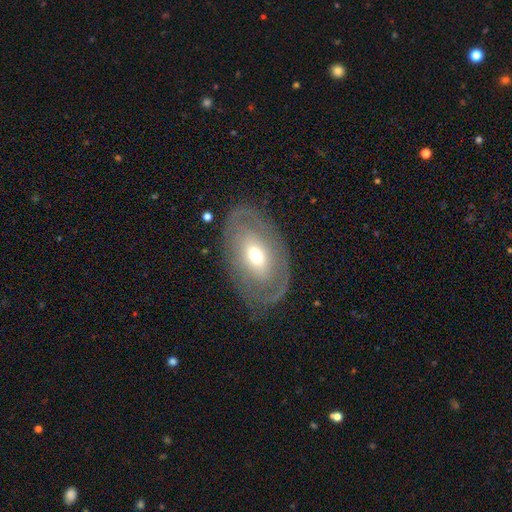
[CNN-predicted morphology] This is likely a featured or disk galaxy (61%). It is clearly not viewed edge-on (90%). Bar: likely no (67%). Spiral arm pattern: possibly no (50%, tied with yes). Central bulge: likely moderate (62%). Merging: likely none (77%).